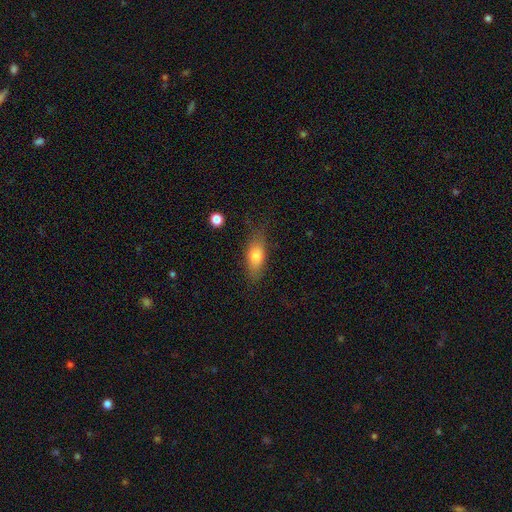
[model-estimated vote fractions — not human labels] smooth-or-featured: smooth: 77% | featured or disk: 16% | star or artifact: 8%
  how-rounded: in between: 74% | cigar-shaped: 22% | round: 4%
  merging: none: 74% | minor disturbance: 18% | major disturbance: 5% | merger: 2%